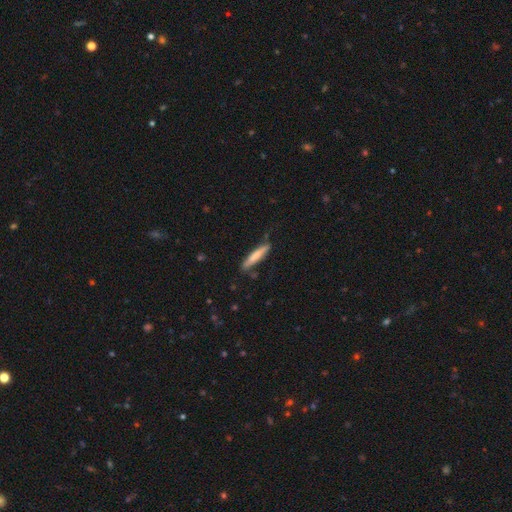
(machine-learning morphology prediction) Smooth or featured?
  - smooth: 72% *
  - featured or disk: 23%
  - star or artifact: 5%
How rounded?
  - cigar-shaped: 91% *
  - in between: 8%
  - round: 1%
Merging?
  - none: 79% *
  - minor disturbance: 16%
  - major disturbance: 3%
  - merger: 3%